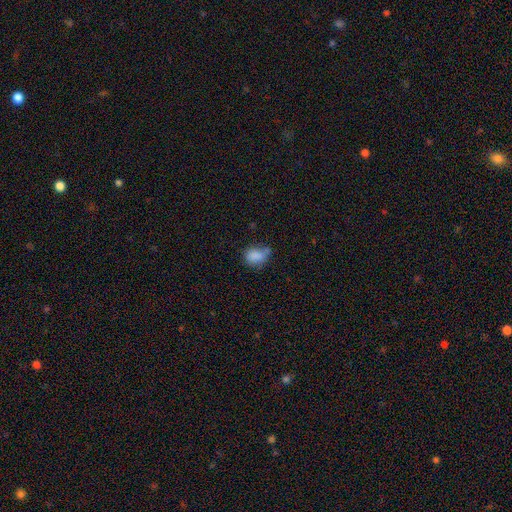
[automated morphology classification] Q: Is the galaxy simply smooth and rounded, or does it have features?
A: smooth — 81%.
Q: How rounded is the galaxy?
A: in between — 67%.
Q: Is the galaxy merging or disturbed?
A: none — 40%.